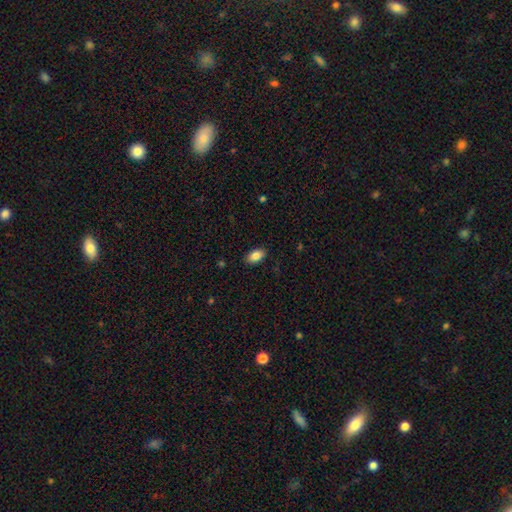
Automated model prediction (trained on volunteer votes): A smooth galaxy with no disk features (86%) that is in between round and cigar-shaped (92%).

Vote fractions:
- Smooth or featured? smooth: 86% / star or artifact: 8% / featured or disk: 6%
- How rounded? in between: 92% / round: 6% / cigar-shaped: 2%
- Merging? none: 88% / minor disturbance: 9% / major disturbance: 2% / merger: 1%